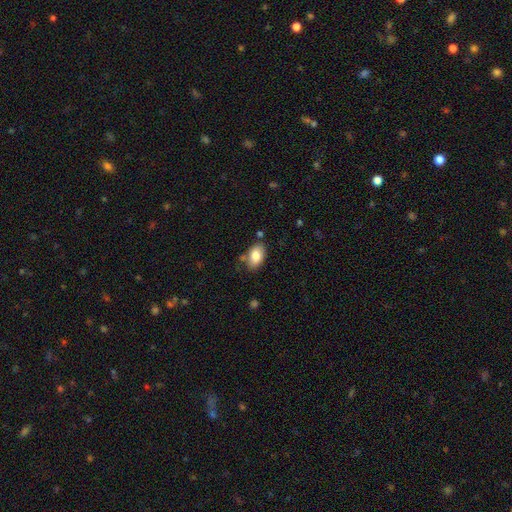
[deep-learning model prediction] A smooth galaxy with no disk features (83%) that is in between round and cigar-shaped (92%).

Vote fractions:
- Smooth or featured? smooth: 83% / featured or disk: 10% / star or artifact: 7%
- How rounded? in between: 92% / round: 7% / cigar-shaped: 2%
- Merging? none: 72% / minor disturbance: 18% / merger: 6% / major disturbance: 4%